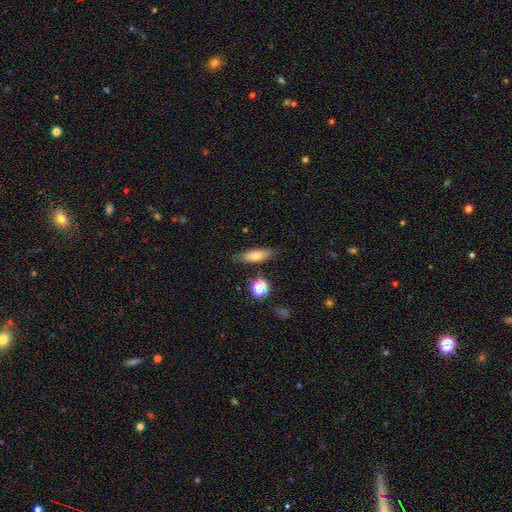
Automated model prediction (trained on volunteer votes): Smooth or featured? Predicted: smooth (p=0.74). How rounded? Predicted: in between (p=0.57). Merging? Predicted: none (p=0.79).